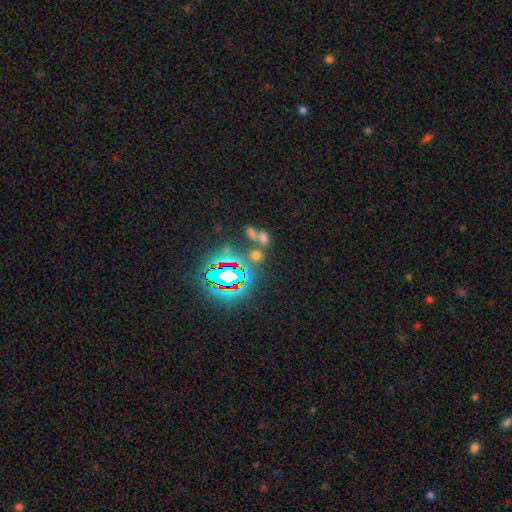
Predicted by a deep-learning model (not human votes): smooth_or_featured: star or artifact (p=0.48) [alt: smooth p=0.41]